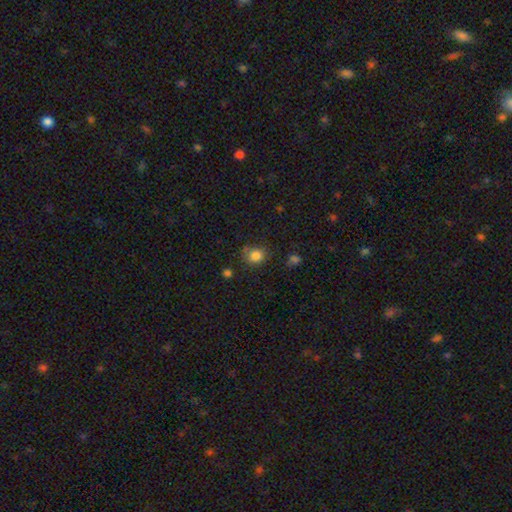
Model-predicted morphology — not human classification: Smooth or featured?
  - smooth: 83% *
  - star or artifact: 11%
  - featured or disk: 6%
How rounded?
  - round: 73% *
  - in between: 26%
  - cigar-shaped: 1%
Merging?
  - none: 71% *
  - minor disturbance: 18%
  - merger: 6%
  - major disturbance: 5%